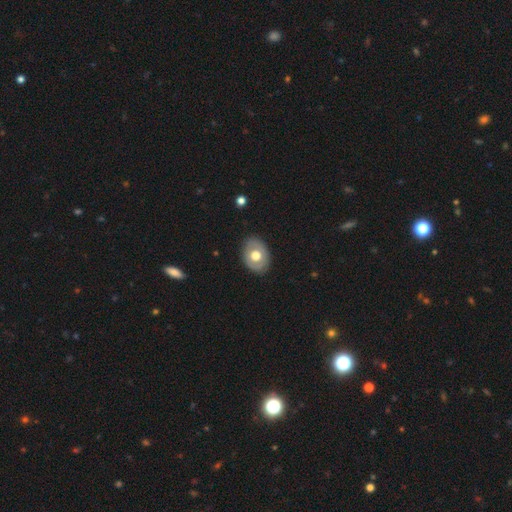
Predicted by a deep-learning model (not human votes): A smooth galaxy with no disk features (53%) that is in between round and cigar-shaped (67%). Merging: none (83%).